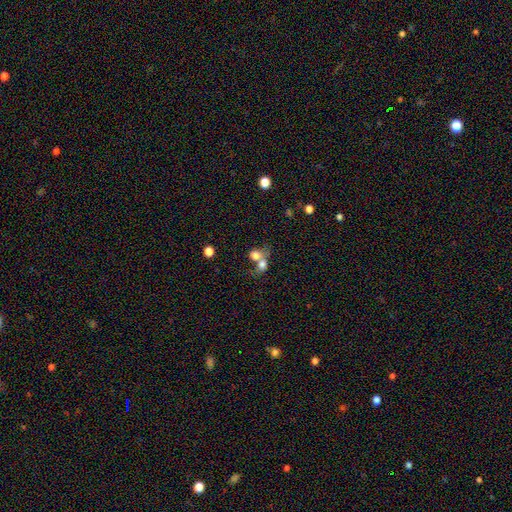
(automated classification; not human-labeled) A smooth galaxy with no disk features (73%) that is round (61%). Merging: merger (69%).